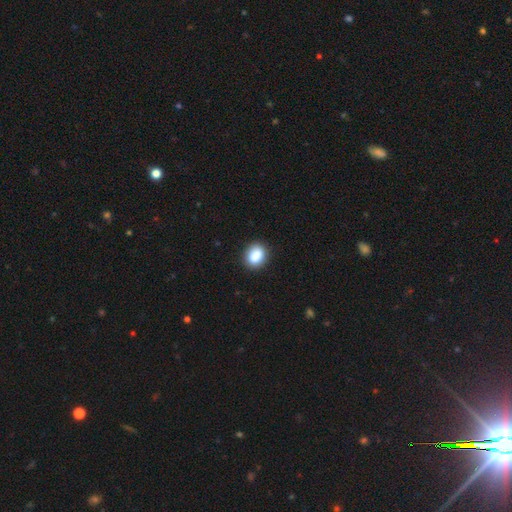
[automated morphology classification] smooth_or_featured: smooth (p=0.87) [alt: star or artifact p=0.08]
how_rounded: in between (p=0.55) [alt: round p=0.44]
merging: none (p=0.88) [alt: minor disturbance p=0.09]